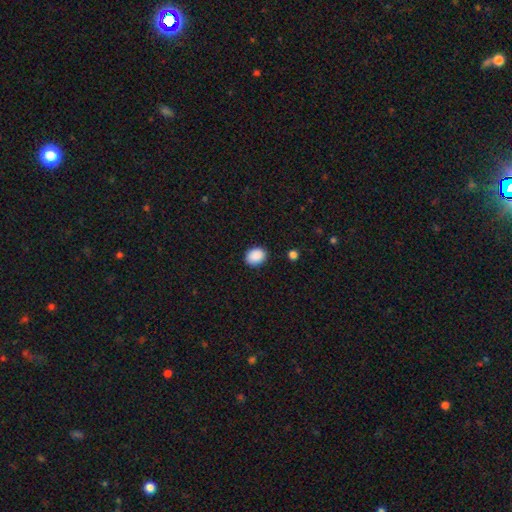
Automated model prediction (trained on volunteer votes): A smooth galaxy with no disk features (89%) that is in between round and cigar-shaped (60%).

Vote fractions:
- Smooth or featured? smooth: 89% / star or artifact: 8% / featured or disk: 3%
- How rounded? in between: 60% / round: 39% / cigar-shaped: 1%
- Merging? none: 87% / minor disturbance: 9% / major disturbance: 2% / merger: 1%